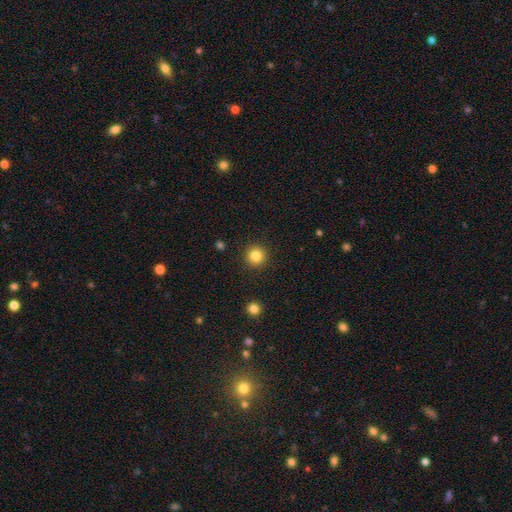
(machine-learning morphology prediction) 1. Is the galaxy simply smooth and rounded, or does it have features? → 83% smooth, 12% star or artifact, 5% featured or disk.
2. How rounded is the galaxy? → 95% round, 4% in between, 1% cigar-shaped.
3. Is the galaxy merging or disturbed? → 91% none, 5% minor disturbance, 2% major disturbance, 1% merger.